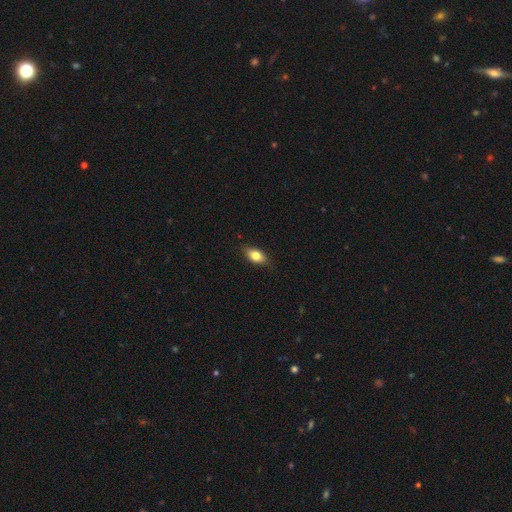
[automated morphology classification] smooth-or-featured: smooth: 79% | featured or disk: 14% | star or artifact: 8%
  how-rounded: in between: 85% | round: 9% | cigar-shaped: 6%
  merging: none: 84% | minor disturbance: 13% | major disturbance: 2% | merger: 1%